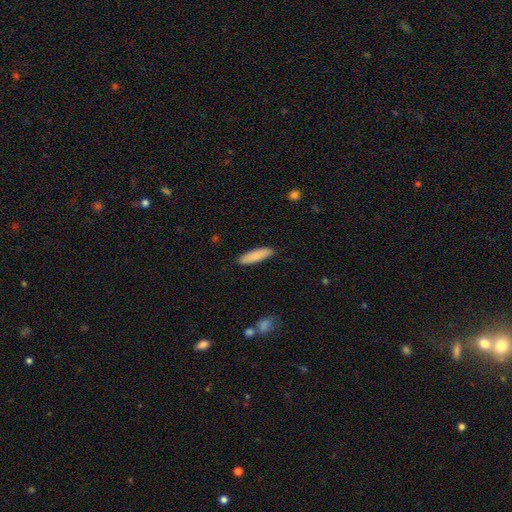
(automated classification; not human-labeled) The model was most divided on "how rounded": cigar-shaped: 67%, in between: 32%, round: 2%. More confident: merging — none (89%); smooth or featured — smooth (85%).